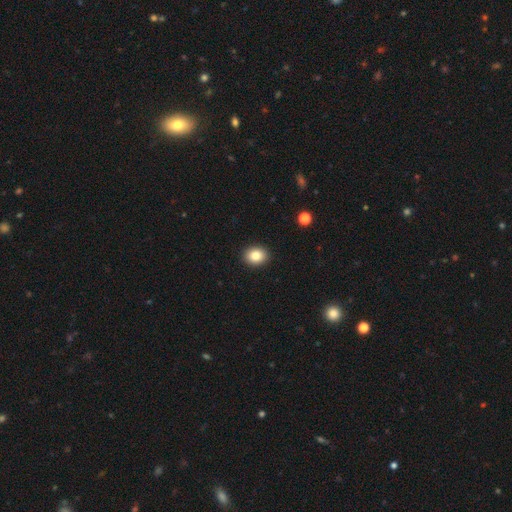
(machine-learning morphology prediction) Smooth or featured: smooth — 84% (star or artifact — 9%)
How rounded: round — 50% (in between — 49%)
Merging: none — 92% (minor disturbance — 6%)